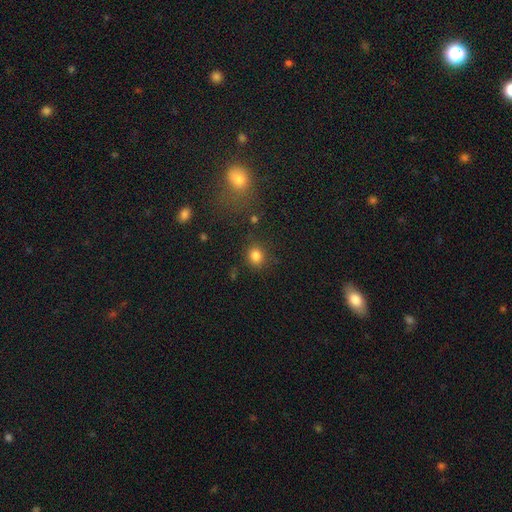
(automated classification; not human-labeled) Q: Smooth or featured?
A: smooth (83%); runner-up: star or artifact (13%)
Q: How rounded?
A: round (79%); runner-up: in between (20%)
Q: Merging?
A: none (84%); runner-up: minor disturbance (10%)